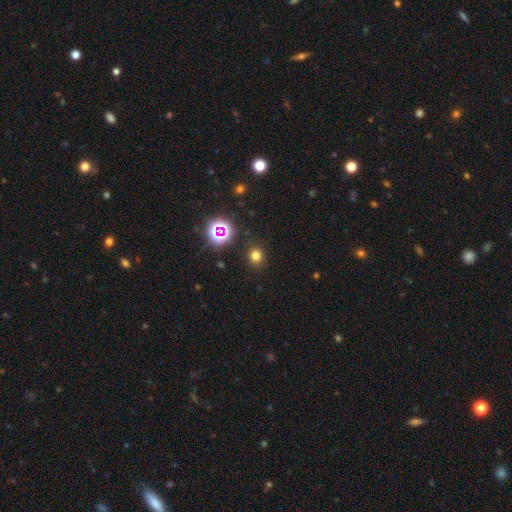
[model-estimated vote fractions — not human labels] Q: Smooth or featured?
A: smooth (73%); runner-up: star or artifact (21%)
Q: How rounded?
A: round (80%); runner-up: in between (19%)
Q: Merging?
A: none (89%); runner-up: minor disturbance (7%)